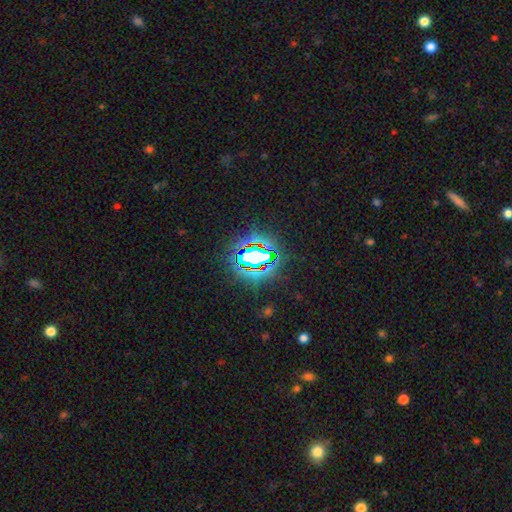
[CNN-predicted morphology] type=star or artifact (74%).